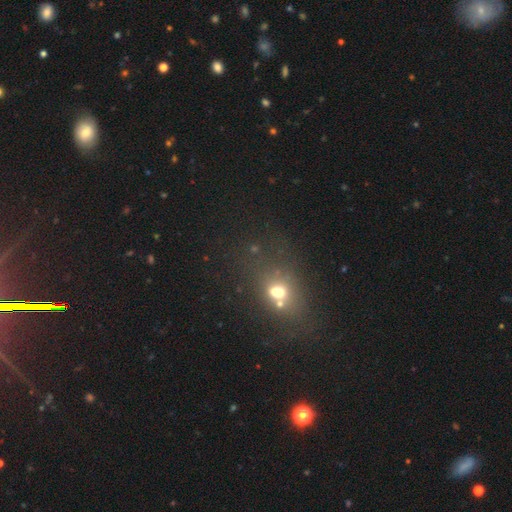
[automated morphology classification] The model was most divided on "smooth or featured": smooth: 46%, star or artifact: 42%, featured or disk: 12%. More confident: merging — none (67%).